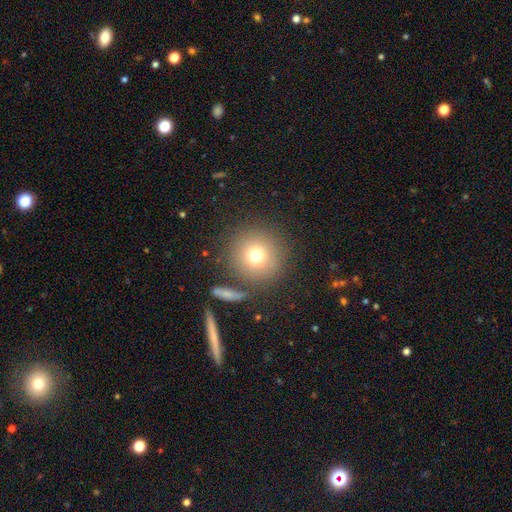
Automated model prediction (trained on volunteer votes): A smooth galaxy with no disk features (72%) that is round (94%).

Vote fractions:
- Smooth or featured? smooth: 72% / star or artifact: 15% / featured or disk: 14%
- How rounded? round: 94% / in between: 5% / cigar-shaped: 1%
- Merging? none: 79% / minor disturbance: 9% / merger: 7% / major disturbance: 5%